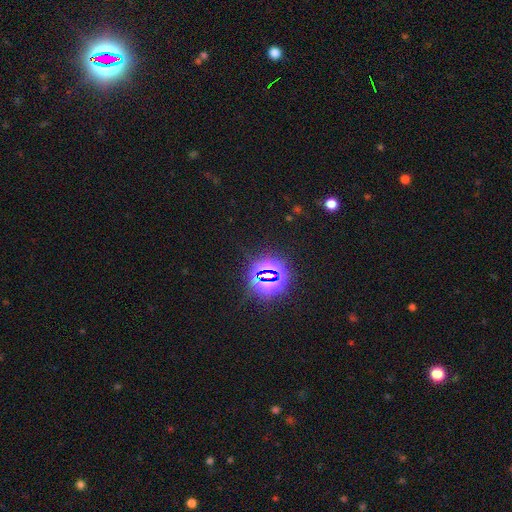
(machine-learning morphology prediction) smooth_or_featured: star or artifact (p=0.78) [alt: smooth p=0.15]